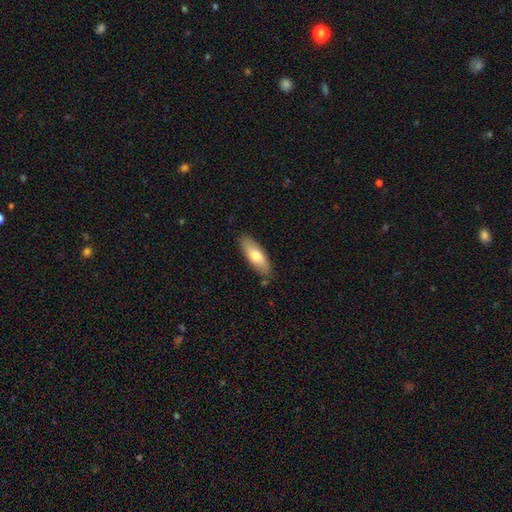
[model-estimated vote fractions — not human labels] A smooth galaxy with no disk features (71%) that is in between round and cigar-shaped (65%).

Vote fractions:
- Smooth or featured? smooth: 71% / featured or disk: 23% / star or artifact: 6%
- How rounded? in between: 65% / cigar-shaped: 33% / round: 2%
- Merging? none: 84% / minor disturbance: 12% / major disturbance: 2% / merger: 2%